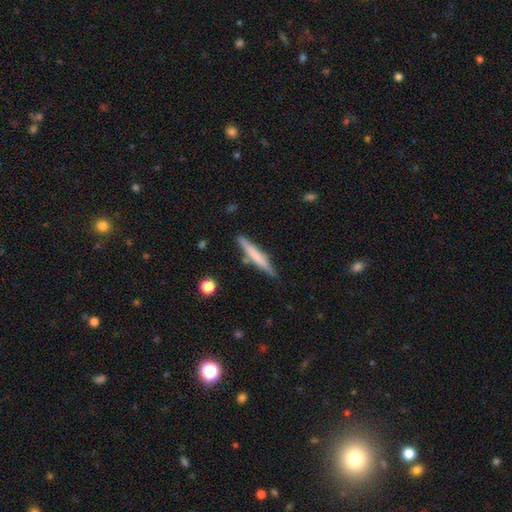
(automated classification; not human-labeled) Q: Smooth or featured?
A: smooth (55%); runner-up: featured or disk (39%)
Q: How rounded?
A: cigar-shaped (94%); runner-up: in between (4%)
Q: Merging?
A: none (81%); runner-up: minor disturbance (12%)